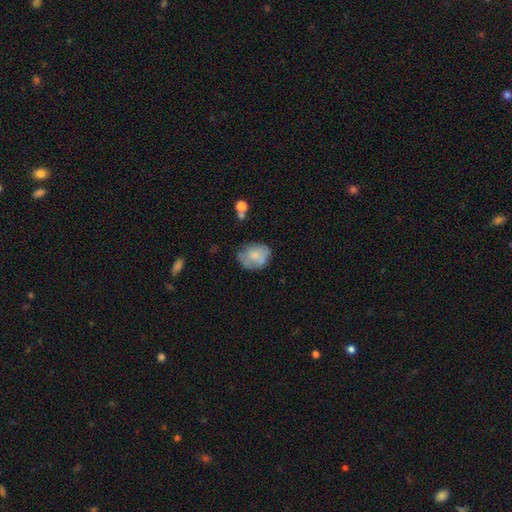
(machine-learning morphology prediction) Smooth or featured?
  - smooth: 69% *
  - featured or disk: 24%
  - star or artifact: 7%
How rounded?
  - round: 52% *
  - in between: 47%
  - cigar-shaped: 1%
Merging?
  - none: 56% *
  - minor disturbance: 29%
  - major disturbance: 11%
  - merger: 5%